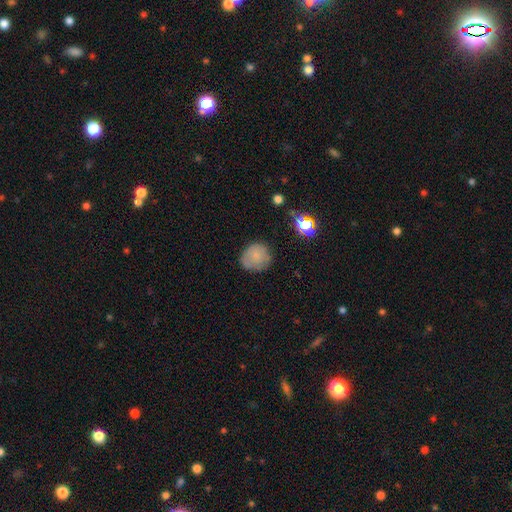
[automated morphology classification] smooth_or_featured: smooth (p=0.78) [alt: featured or disk p=0.11]
how_rounded: round (p=0.78) [alt: in between p=0.21]
merging: none (p=0.73) [alt: minor disturbance p=0.20]